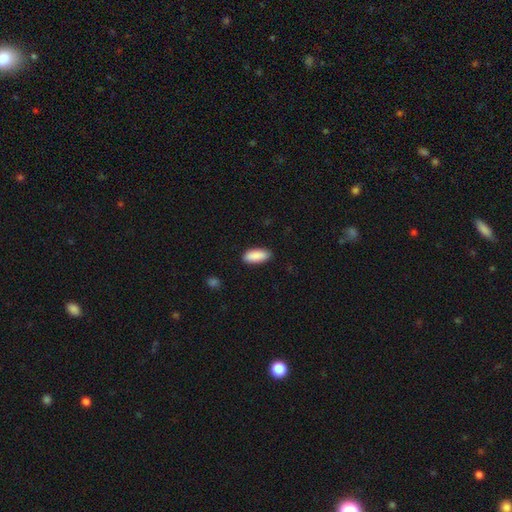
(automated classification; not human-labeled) Smooth or featured? smooth (91%)
How rounded? in between (83%)
Merging? none (89%)